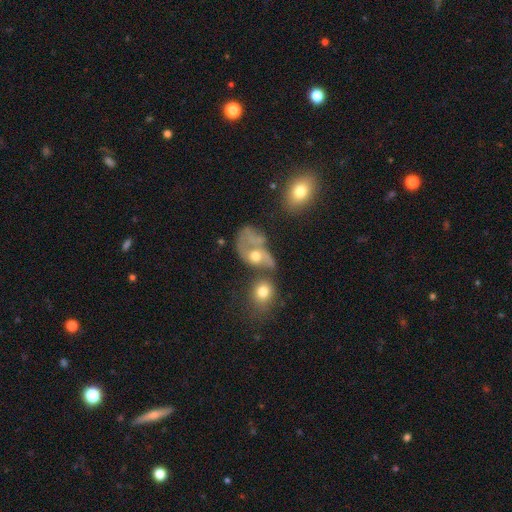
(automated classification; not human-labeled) Smooth or featured? featured or disk (54%)
Edge-on disk? no (95%)
Bar? no (76%)
Spiral arms? yes (59%)
Bulge size? moderate (58%)
Merging? merger (37%)